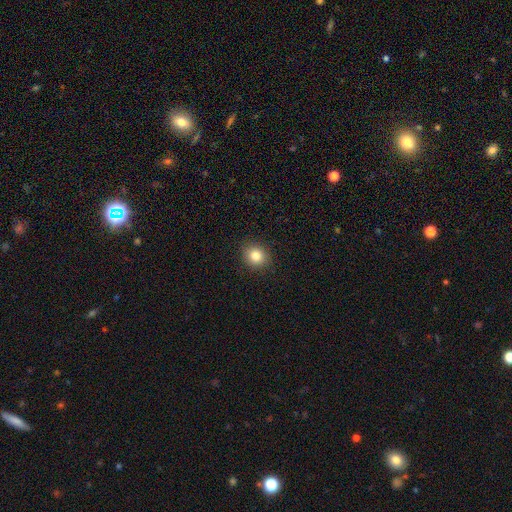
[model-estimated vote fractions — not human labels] A smooth galaxy with no disk features (82%) that is round (80%).

Vote fractions:
- Smooth or featured? smooth: 82% / star or artifact: 11% / featured or disk: 7%
- How rounded? round: 80% / in between: 19% / cigar-shaped: 1%
- Merging? none: 90% / minor disturbance: 7% / major disturbance: 2% / merger: 1%